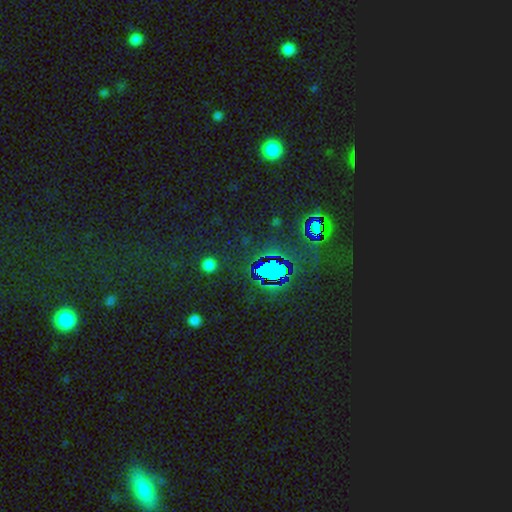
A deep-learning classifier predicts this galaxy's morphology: Q: Smooth or featured?
A: star or artifact (78%); runner-up: smooth (14%)